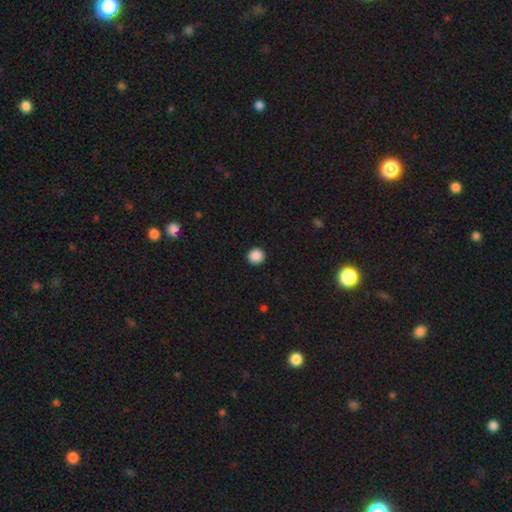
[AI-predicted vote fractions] This appears to be a smooth galaxy with no disk features (88%) that is round (94%). Merging: none (93%).